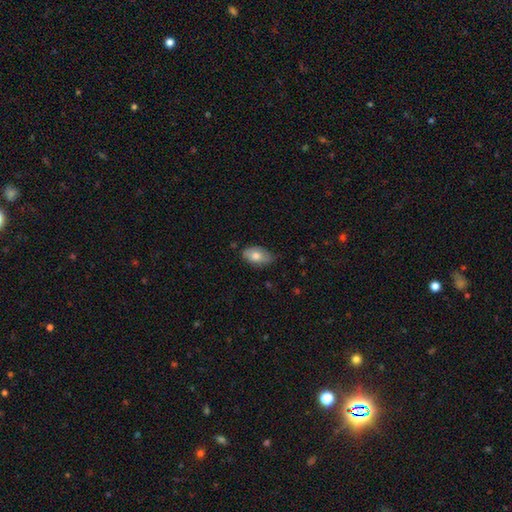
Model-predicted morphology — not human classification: The model was most divided on "merging": none: 66%, minor disturbance: 29%, major disturbance: 4%, merger: 1%. More confident: how rounded — in between (93%); smooth or featured — smooth (77%).